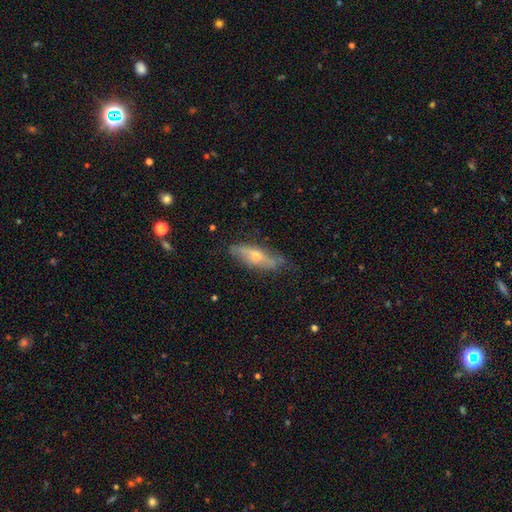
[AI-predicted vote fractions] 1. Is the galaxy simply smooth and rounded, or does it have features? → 59% featured or disk, 34% smooth, 8% star or artifact.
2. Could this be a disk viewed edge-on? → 62% yes, 38% no.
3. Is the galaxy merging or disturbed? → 69% none, 23% minor disturbance, 6% major disturbance, 2% merger.